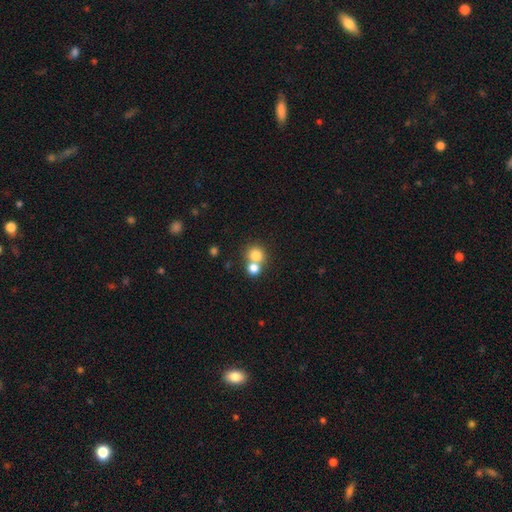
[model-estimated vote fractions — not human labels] Smooth or featured: smooth — 77% (star or artifact — 12%)
How rounded: round — 84% (in between — 15%)
Merging: merger — 49% (none — 43%)